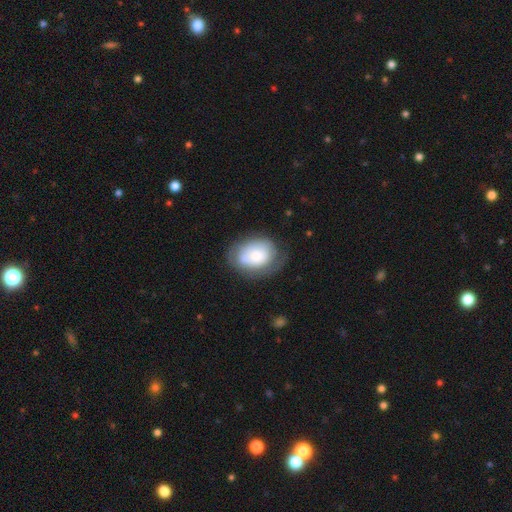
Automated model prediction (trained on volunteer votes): This appears to be a smooth galaxy with no disk features (65%) that is in between round and cigar-shaped (70%). Merging: none (56%).